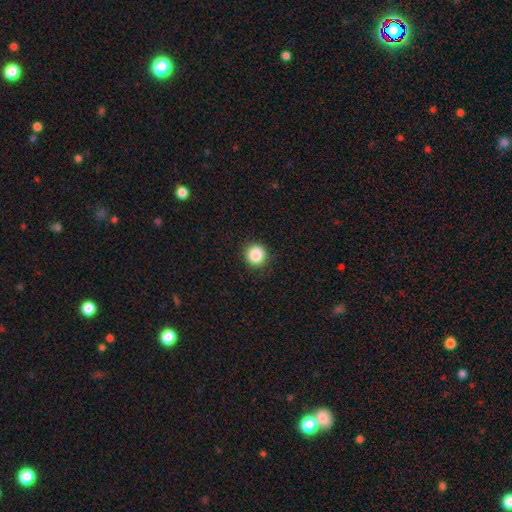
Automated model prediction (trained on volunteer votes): smooth 87%, star or artifact 9%, featured or disk 4%. Down the decision tree: how rounded — round (91%); merging — none (90%).